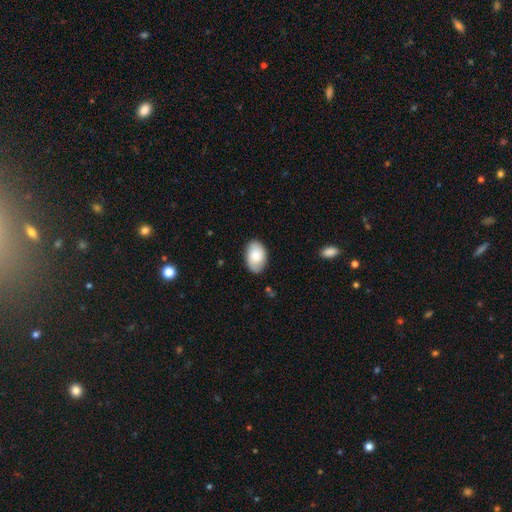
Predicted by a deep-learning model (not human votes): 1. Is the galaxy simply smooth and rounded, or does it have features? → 78% smooth, 16% featured or disk, 6% star or artifact.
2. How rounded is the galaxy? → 90% in between, 9% round, 1% cigar-shaped.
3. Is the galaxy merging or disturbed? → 83% none, 13% minor disturbance, 3% major disturbance, 1% merger.